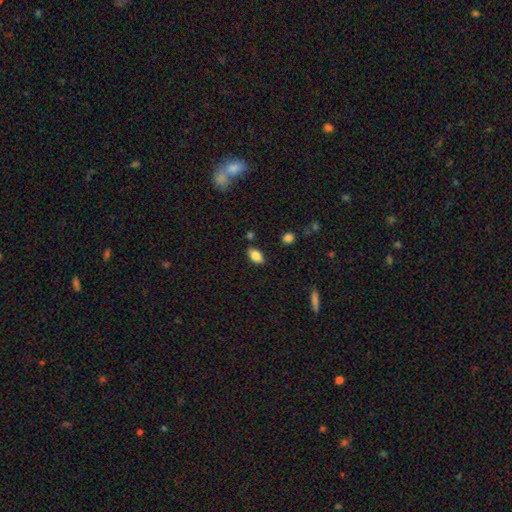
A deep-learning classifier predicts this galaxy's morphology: A smooth galaxy with no disk features (83%) that is in between round and cigar-shaped (91%). Merging: none (83%).